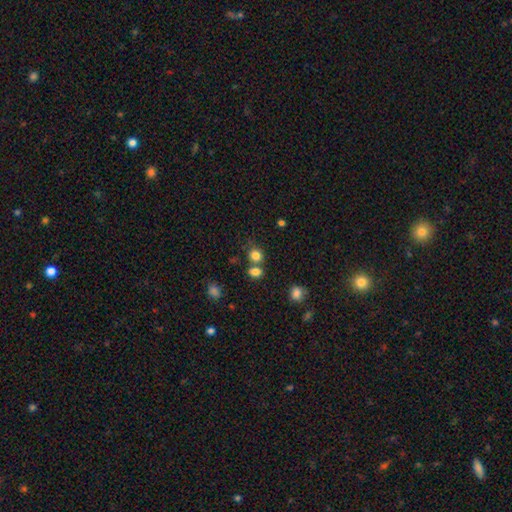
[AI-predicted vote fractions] Overall: smooth (81%). How rounded: round (75%). Merging: none (58%; merger 27%).